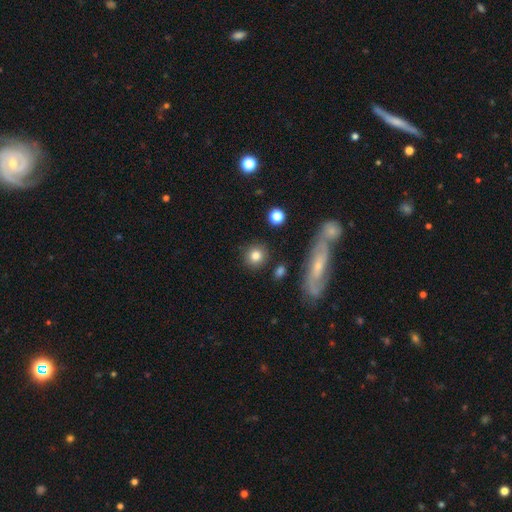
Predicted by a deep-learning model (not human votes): Morphology: type=smooth (81%); roundness=round (91%); merging=none (87%).